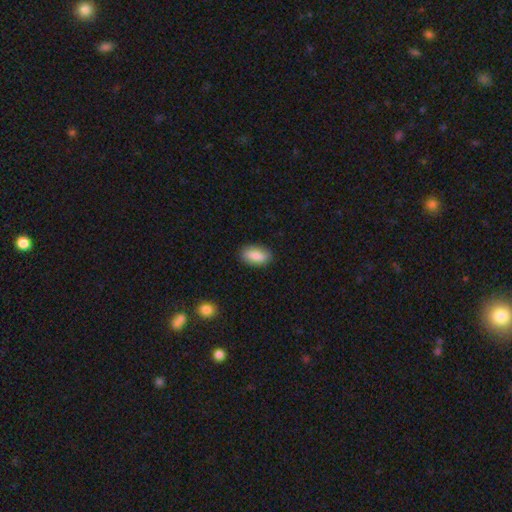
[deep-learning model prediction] smooth-or-featured: smooth: 84% | featured or disk: 9% | star or artifact: 6%
  how-rounded: in between: 91% | cigar-shaped: 5% | round: 4%
  merging: none: 86% | minor disturbance: 10% | major disturbance: 2% | merger: 1%